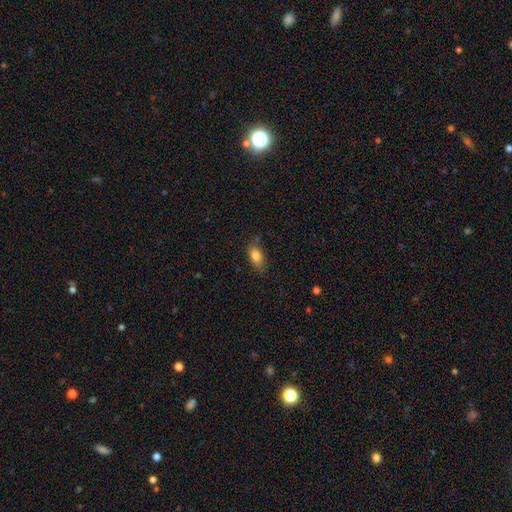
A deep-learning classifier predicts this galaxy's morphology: Smooth or featured? smooth (82%)
How rounded? in between (86%)
Merging? none (73%)